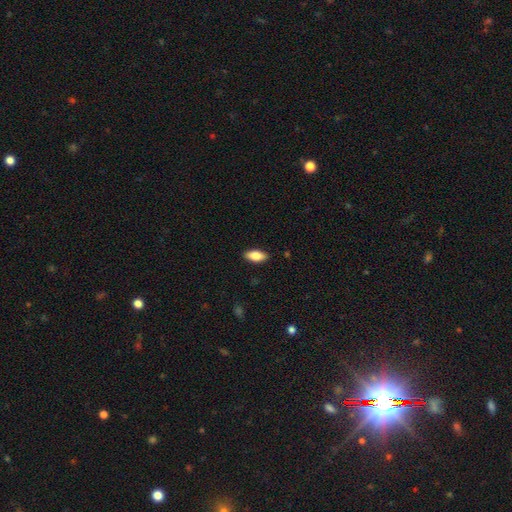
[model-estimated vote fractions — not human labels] Smooth or featured? smooth (78%)
How rounded? in between (87%)
Merging? none (89%)